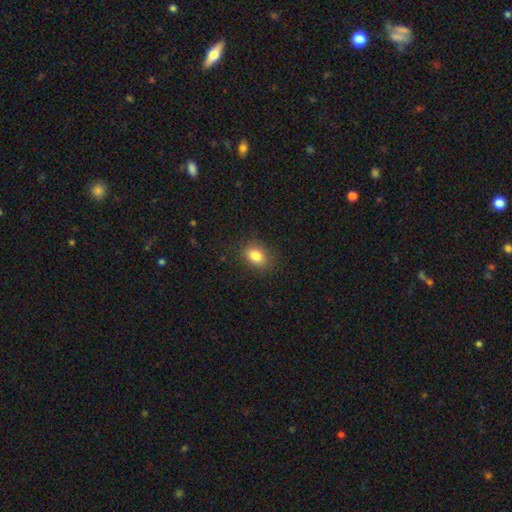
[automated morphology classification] A smooth galaxy with no disk features (84%) that is in between round and cigar-shaped (65%). Merging: none (84%).